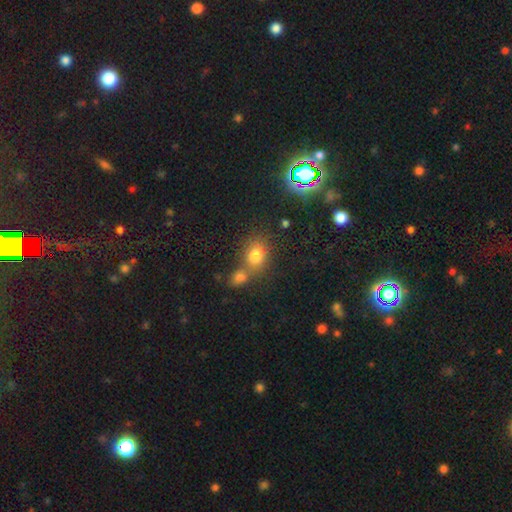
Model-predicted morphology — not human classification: type=smooth (75%); roundness=in between (52%); merging=none (44%).